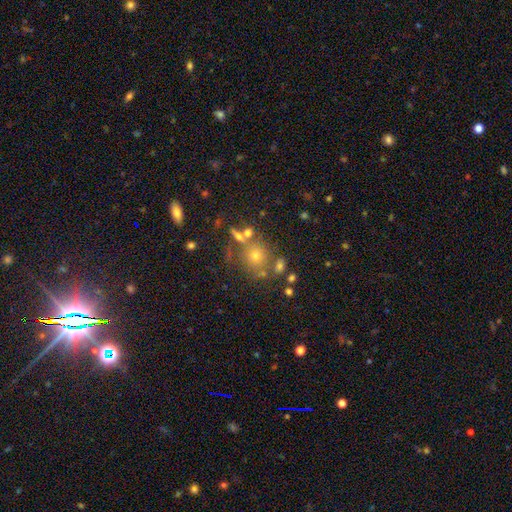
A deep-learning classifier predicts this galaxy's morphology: The model was most divided on "smooth or featured": smooth: 59%, star or artifact: 24%, featured or disk: 18%. More confident: how rounded — round (83%); merging — none (64%).